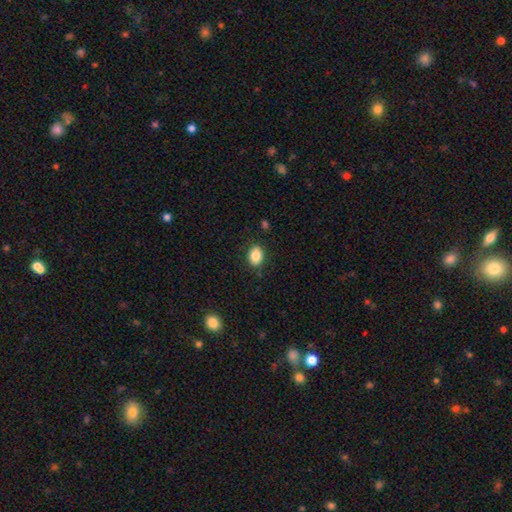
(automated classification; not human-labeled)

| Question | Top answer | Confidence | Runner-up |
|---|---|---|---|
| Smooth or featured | smooth | 86% | star or artifact (9%) |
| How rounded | in between | 73% | round (26%) |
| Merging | none | 85% | minor disturbance (11%) |